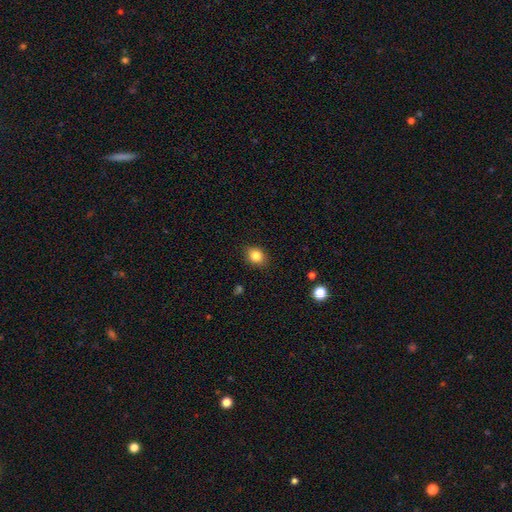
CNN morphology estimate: Smooth or featured?
  - smooth: 83% *
  - star or artifact: 10%
  - featured or disk: 7%
How rounded?
  - round: 50% *
  - in between: 49%
  - cigar-shaped: 1%
Merging?
  - none: 87% *
  - minor disturbance: 10%
  - major disturbance: 2%
  - merger: 1%